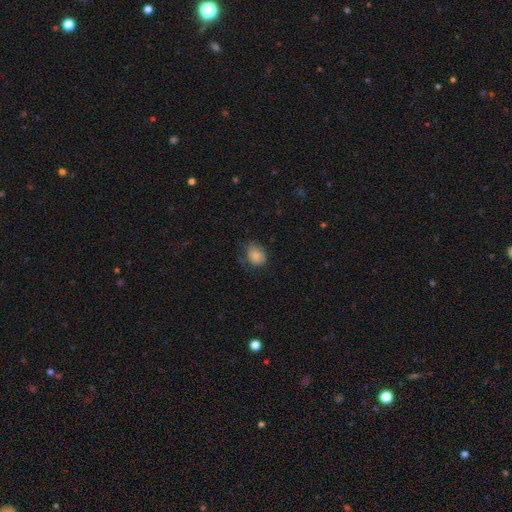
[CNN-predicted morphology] A smooth galaxy with no disk features (84%) that is round (50%).

Vote fractions:
- Smooth or featured? smooth: 84% / star or artifact: 9% / featured or disk: 7%
- How rounded? round: 50% / in between: 49% / cigar-shaped: 1%
- Merging? none: 59% / minor disturbance: 29% / major disturbance: 11% / merger: 2%